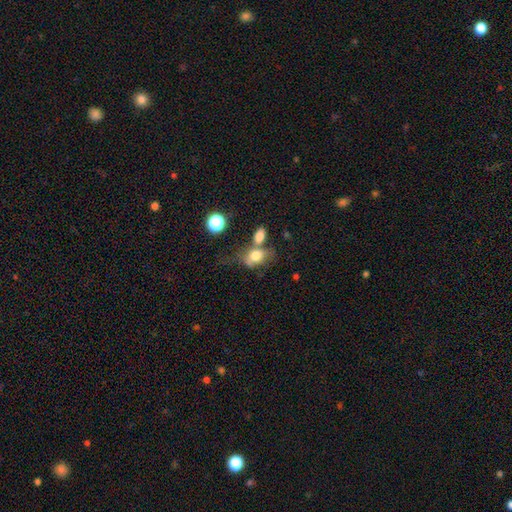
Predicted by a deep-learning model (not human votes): smooth 73%, featured or disk 17%, star or artifact 10%. Down the decision tree: how rounded — in between (77%); merging — merger (36%).